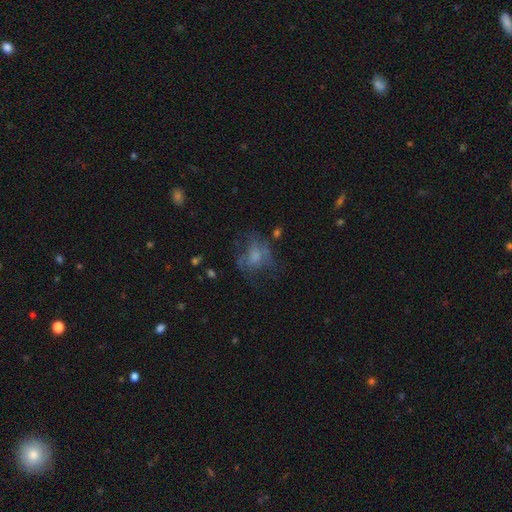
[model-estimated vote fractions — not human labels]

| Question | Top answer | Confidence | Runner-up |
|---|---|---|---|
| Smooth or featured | smooth | 46% | featured or disk (40%) |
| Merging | none | 41% | major disturbance (33%) |